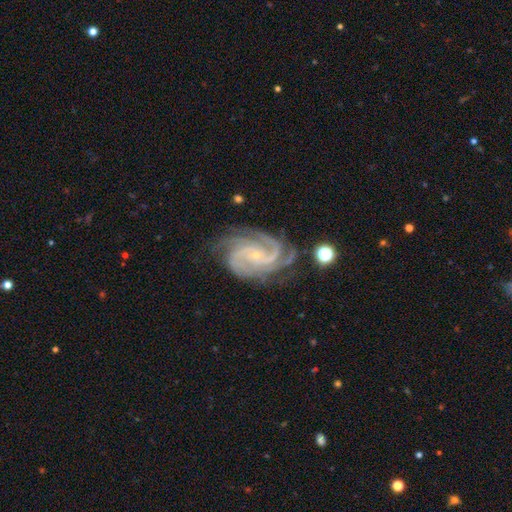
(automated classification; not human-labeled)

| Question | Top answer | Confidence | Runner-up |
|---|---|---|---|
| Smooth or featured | featured or disk | 92% | star or artifact (5%) |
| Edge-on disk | no | 98% | yes (2%) |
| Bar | no | 63% | weak (26%) |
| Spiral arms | yes | 99% | no (1%) |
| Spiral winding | tight | 59% | medium (36%) |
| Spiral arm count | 3 | 39% | 4 (25%) |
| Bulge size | small | 84% | moderate (12%) |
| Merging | none | 73% | minor disturbance (18%) |